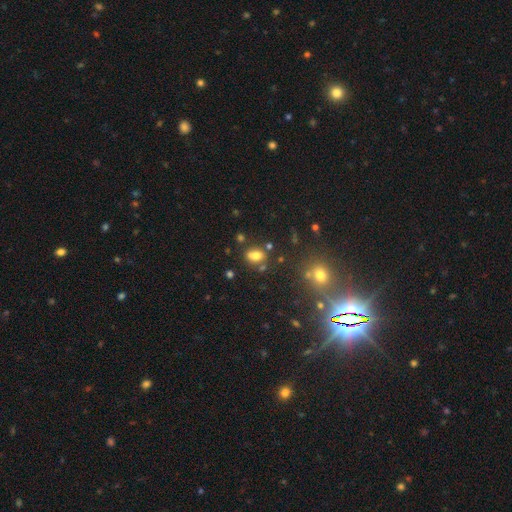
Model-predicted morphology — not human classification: Smooth or featured? smooth (76%)
How rounded? in between (75%)
Merging? none (72%)